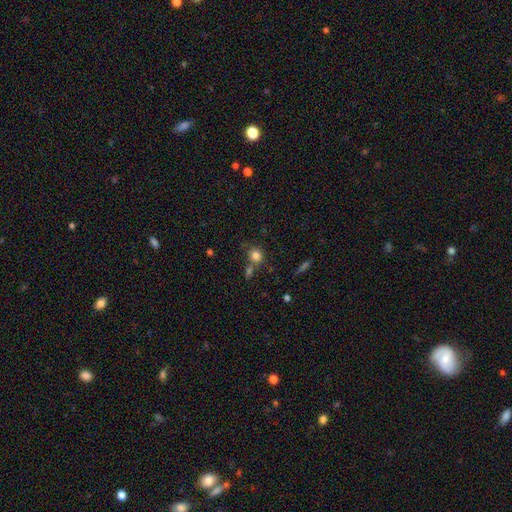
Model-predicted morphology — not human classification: Overall: smooth (81%). How rounded: round (81%). Merging: none (58%; merger 25%).